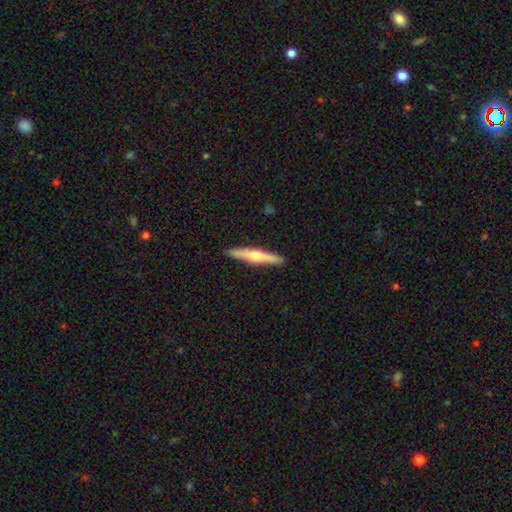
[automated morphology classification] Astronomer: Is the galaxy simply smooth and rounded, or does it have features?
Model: featured or disk — 63%.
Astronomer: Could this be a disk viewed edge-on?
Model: yes — 97%.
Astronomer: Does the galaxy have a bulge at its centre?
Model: rounded — 88%.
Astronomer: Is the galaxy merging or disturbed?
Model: none — 91%.